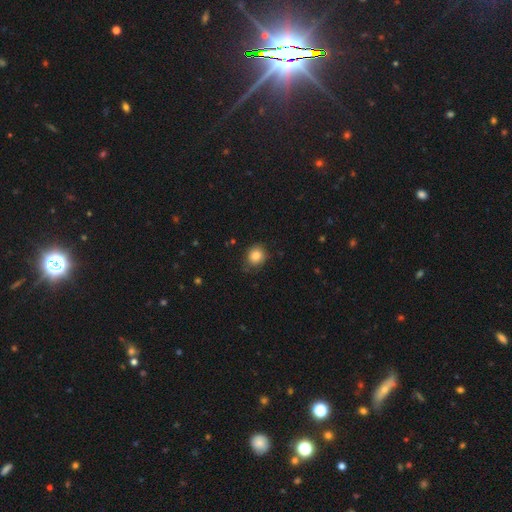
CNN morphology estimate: smooth-or-featured: smooth: 85% | star or artifact: 9% | featured or disk: 6%
  how-rounded: round: 78% | in between: 21% | cigar-shaped: 1%
  merging: none: 77% | minor disturbance: 18% | major disturbance: 3% | merger: 1%